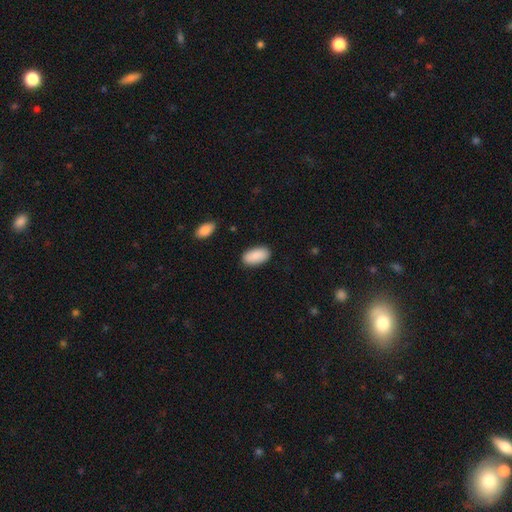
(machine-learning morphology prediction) Overall: smooth (90%). How rounded: in between (95%). Merging: none (87%).